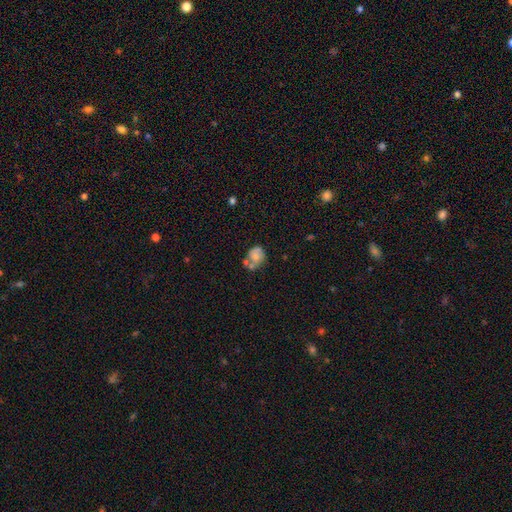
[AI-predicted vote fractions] Smooth or featured: smooth — 62% (featured or disk — 28%)
How rounded: round — 53% (in between — 46%)
Merging: none — 35% (merger — 33%)